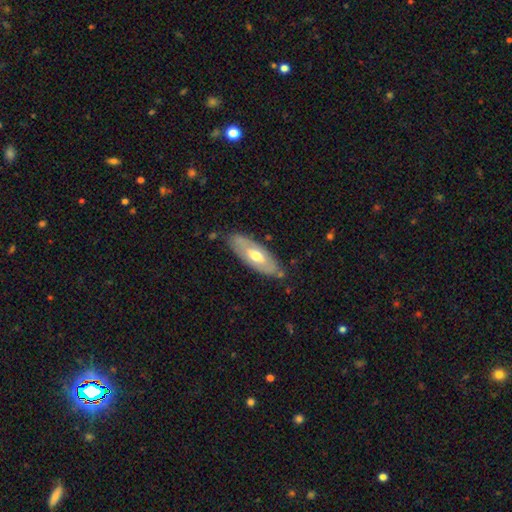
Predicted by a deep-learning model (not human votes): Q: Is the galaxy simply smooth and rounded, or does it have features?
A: featured or disk — 50%.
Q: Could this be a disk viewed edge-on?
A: no — 73%.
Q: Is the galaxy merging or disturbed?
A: none — 80%.